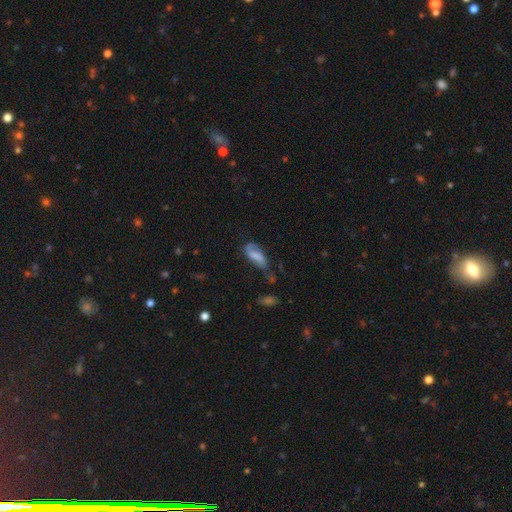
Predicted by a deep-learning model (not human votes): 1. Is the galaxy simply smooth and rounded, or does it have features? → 49% smooth, 42% featured or disk, 10% star or artifact.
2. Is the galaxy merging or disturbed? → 36% none, 29% minor disturbance, 26% major disturbance, 8% merger.